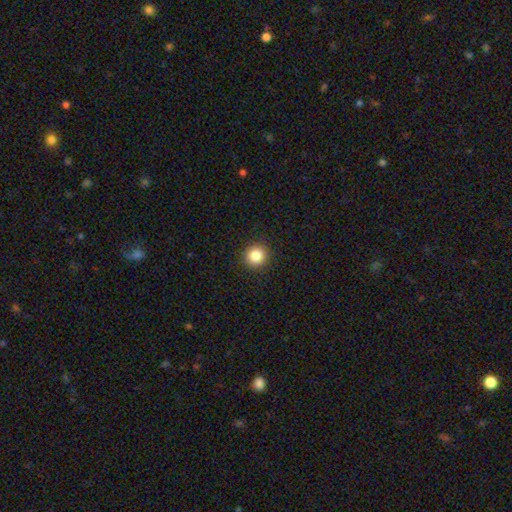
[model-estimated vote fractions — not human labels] Q: Smooth or featured?
A: smooth (84%); runner-up: star or artifact (11%)
Q: How rounded?
A: round (93%); runner-up: in between (6%)
Q: Merging?
A: none (93%); runner-up: minor disturbance (5%)